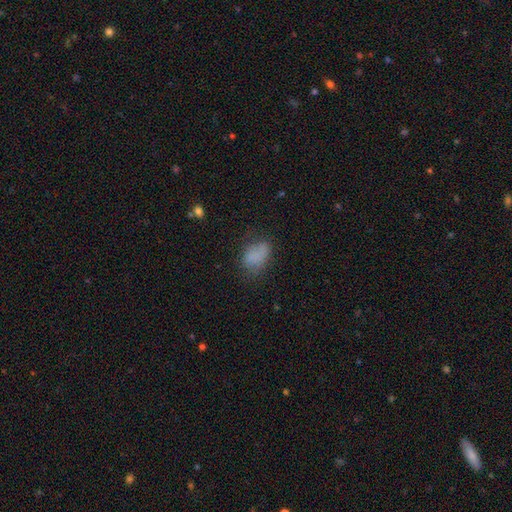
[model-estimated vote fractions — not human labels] smooth_or_featured: smooth (p=0.75) [alt: featured or disk p=0.13]
how_rounded: in between (p=0.84) [alt: round p=0.15]
merging: none (p=0.53) [alt: minor disturbance p=0.29]